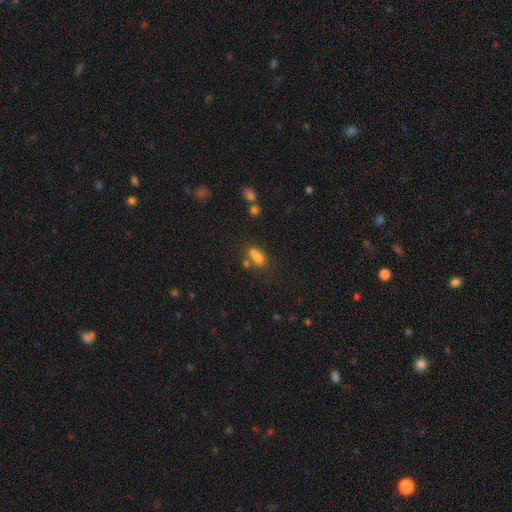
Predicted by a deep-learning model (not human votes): This appears to be a smooth galaxy with no disk features (67%) that is in between round and cigar-shaped (50%). Merging: merger (56%).